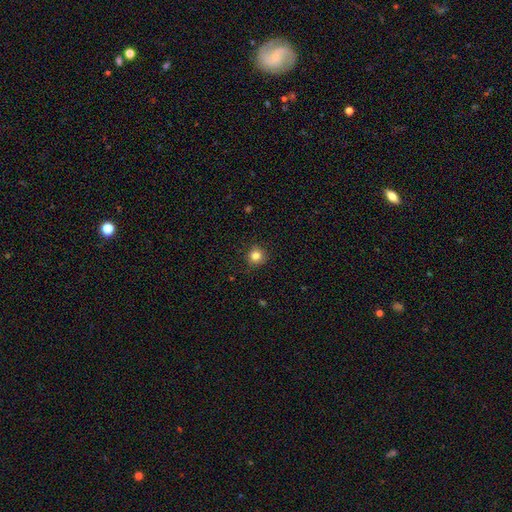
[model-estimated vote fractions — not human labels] A smooth galaxy with no disk features (83%) that is round (94%). Merging: none (89%).